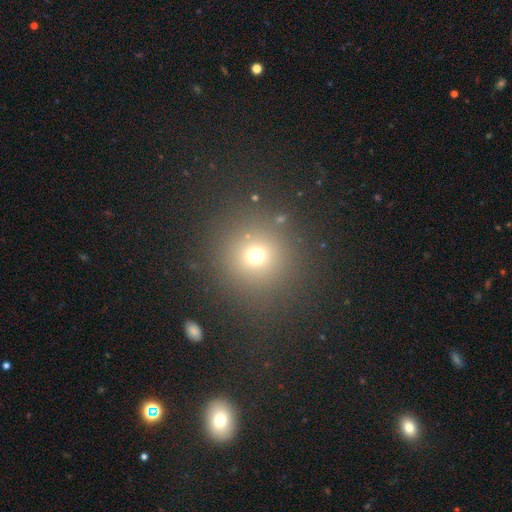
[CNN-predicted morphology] Q: Smooth or featured?
A: smooth (67%); runner-up: star or artifact (24%)
Q: How rounded?
A: round (91%); runner-up: in between (8%)
Q: Merging?
A: none (84%); runner-up: minor disturbance (8%)